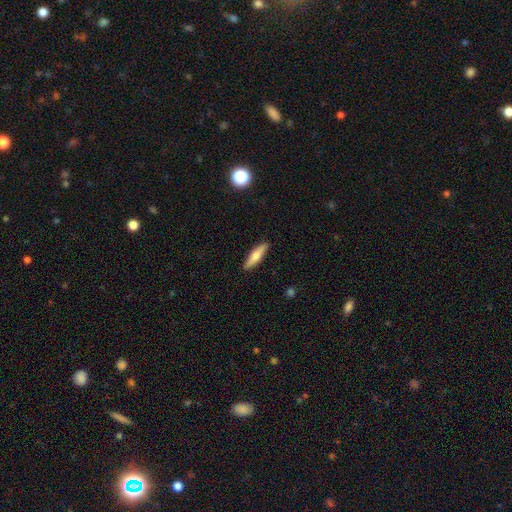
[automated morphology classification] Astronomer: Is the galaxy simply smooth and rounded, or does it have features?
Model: smooth — 62%.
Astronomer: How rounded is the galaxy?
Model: cigar-shaped — 73%.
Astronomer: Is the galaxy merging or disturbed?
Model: none — 89%.